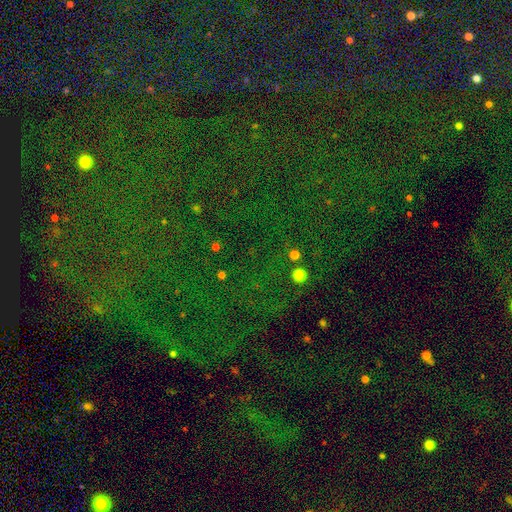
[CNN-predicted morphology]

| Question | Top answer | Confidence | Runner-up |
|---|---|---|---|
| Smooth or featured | star or artifact | 80% | smooth (12%) |